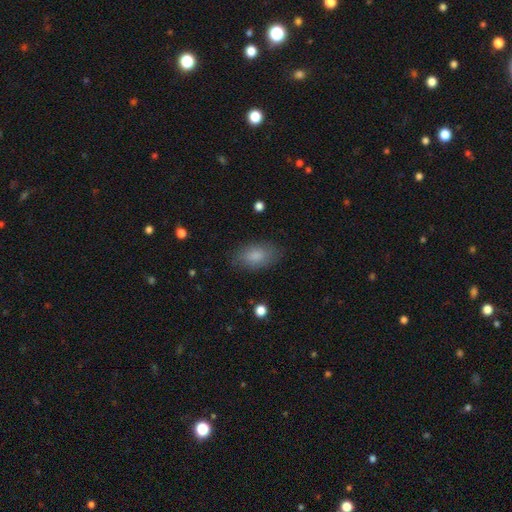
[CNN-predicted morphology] Smooth or featured?
  - smooth: 84% *
  - featured or disk: 10%
  - star or artifact: 7%
How rounded?
  - in between: 92% *
  - round: 5%
  - cigar-shaped: 3%
Merging?
  - none: 81% *
  - minor disturbance: 13%
  - major disturbance: 4%
  - merger: 1%